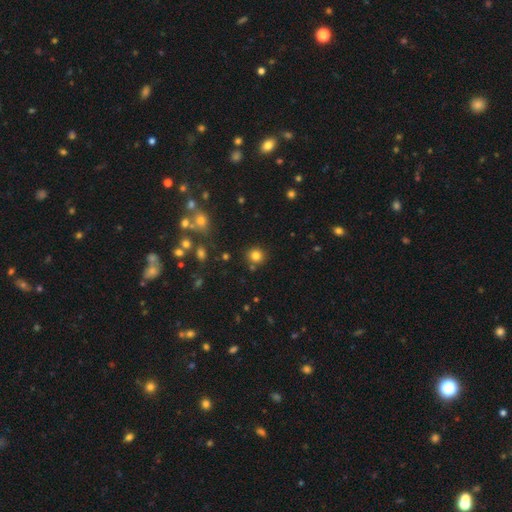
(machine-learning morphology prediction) smooth_or_featured: smooth (p=0.80) [alt: star or artifact p=0.14]
how_rounded: round (p=0.87) [alt: in between p=0.12]
merging: none (p=0.83) [alt: minor disturbance p=0.08]